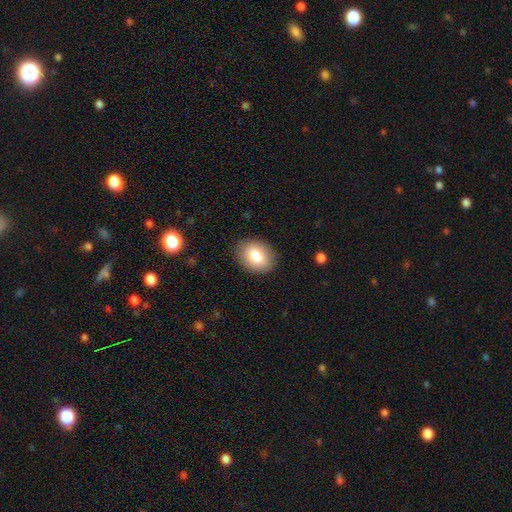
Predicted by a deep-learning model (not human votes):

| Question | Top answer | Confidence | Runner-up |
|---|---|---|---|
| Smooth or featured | smooth | 82% | featured or disk (10%) |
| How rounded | in between | 70% | round (30%) |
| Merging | none | 87% | minor disturbance (9%) |